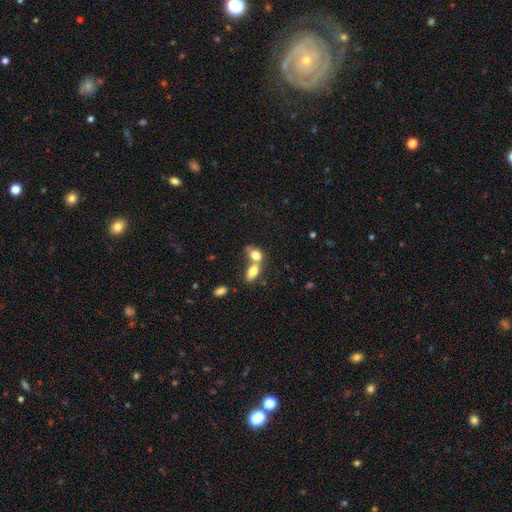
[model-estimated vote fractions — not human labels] A smooth galaxy with no disk features (77%) that is in between round and cigar-shaped (72%).

Vote fractions:
- Smooth or featured? smooth: 77% / featured or disk: 15% / star or artifact: 9%
- How rounded? in between: 72% / round: 24% / cigar-shaped: 4%
- Merging? merger: 65% / none: 24% / minor disturbance: 7% / major disturbance: 4%